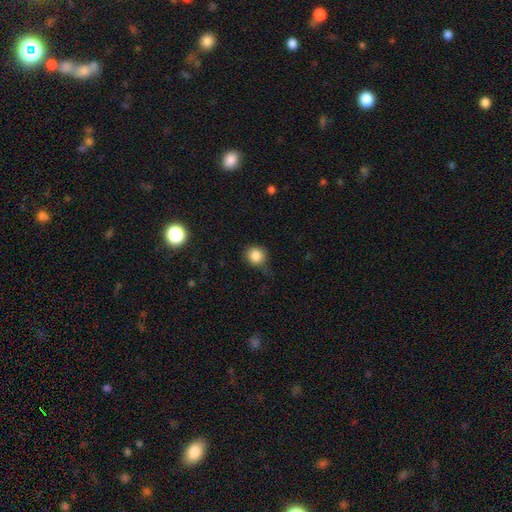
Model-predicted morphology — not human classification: Smooth or featured? Predicted: smooth (p=0.84). How rounded? Predicted: round (p=0.86). Merging? Predicted: none (p=0.64).